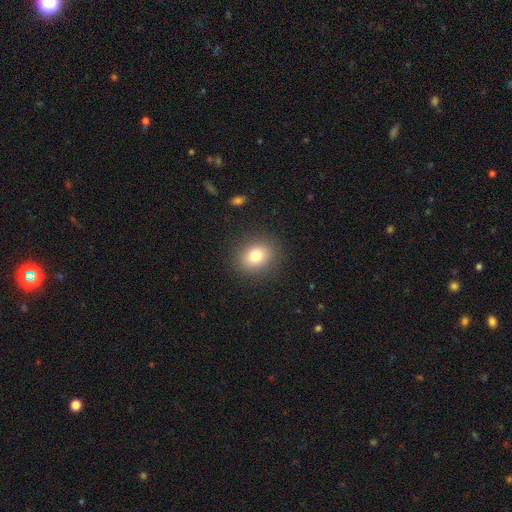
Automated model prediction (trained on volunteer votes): A smooth galaxy with no disk features (78%) that is round (61%).

Vote fractions:
- Smooth or featured? smooth: 78% / star or artifact: 11% / featured or disk: 10%
- How rounded? round: 61% / in between: 38% / cigar-shaped: 1%
- Merging? none: 88% / minor disturbance: 8% / major disturbance: 3% / merger: 1%